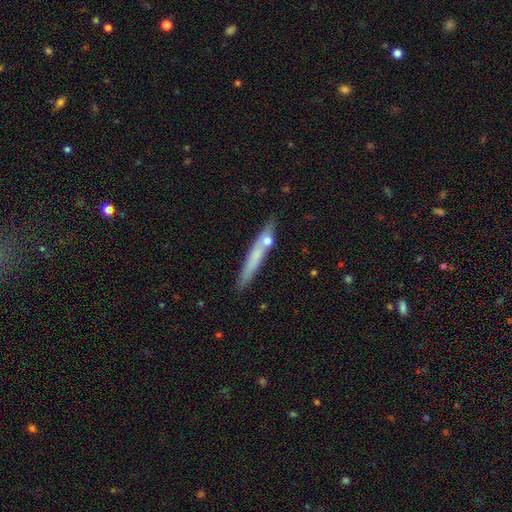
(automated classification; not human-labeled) smooth 56%, featured or disk 36%, star or artifact 7%. Down the decision tree: how rounded — cigar-shaped (94%); merging — none (77%).